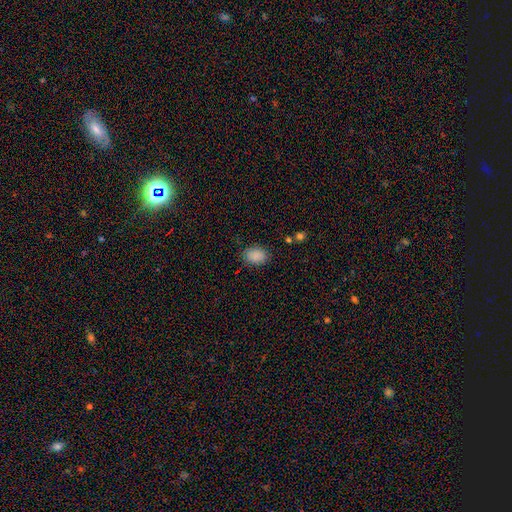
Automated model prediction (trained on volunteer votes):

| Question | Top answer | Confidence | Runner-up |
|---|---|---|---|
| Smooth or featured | smooth | 88% | star or artifact (9%) |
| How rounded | in between | 75% | round (24%) |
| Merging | none | 84% | minor disturbance (11%) |